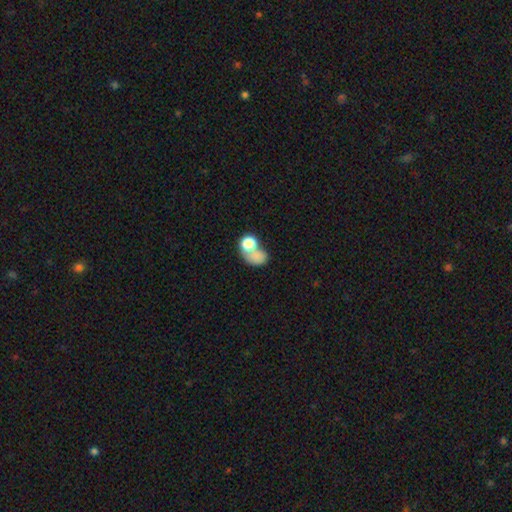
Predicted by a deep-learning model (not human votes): Overall: smooth (74%). How rounded: in between (53%; round 46%). Merging: merger (49%; none 28%).